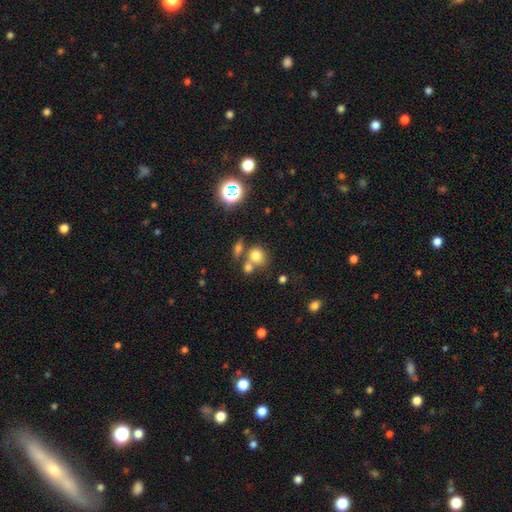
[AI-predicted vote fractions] Smooth or featured: smooth — 75% (star or artifact — 15%)
How rounded: round — 75% (in between — 23%)
Merging: none — 54% (merger — 31%)